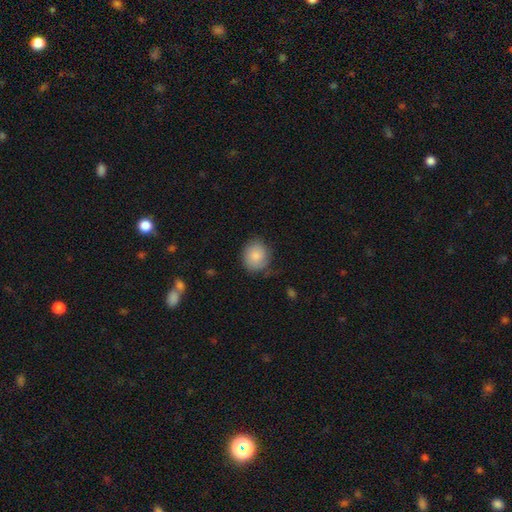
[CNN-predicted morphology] This is clearly a smooth galaxy (85%). How rounded: likely round (75%). Merging: likely none (74%).